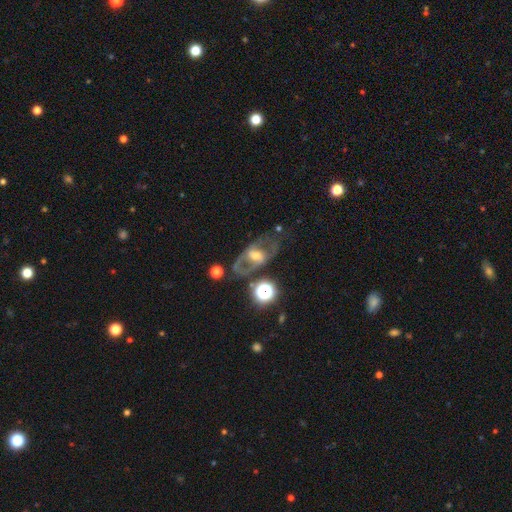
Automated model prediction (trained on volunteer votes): A featured or disk galaxy (66%) with no bar (41%), no spiral arms (51%) and a moderate central bulge (53%).

Vote fractions:
- Smooth or featured? featured or disk: 66% / smooth: 23% / star or artifact: 11%
- Edge-on disk? no: 90% / yes: 10%
- Bar? no: 41% / weak: 36% / strong: 23%
- Spiral arms? no: 51% / yes: 49%
- Bulge size? moderate: 53% / small: 23% / large: 17% / none: 4% / dominant: 2%
- Merging? none: 55% / major disturbance: 20% / minor disturbance: 18% / merger: 6%